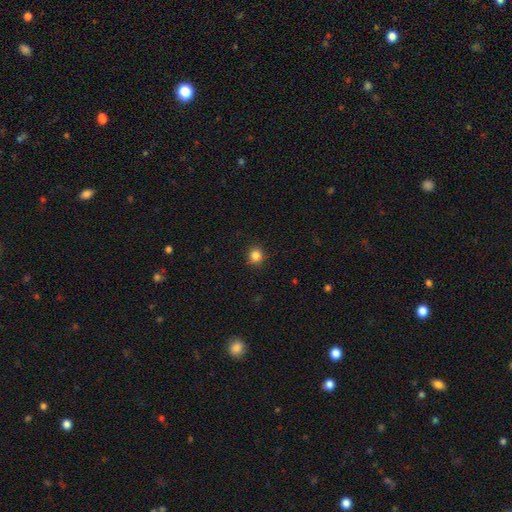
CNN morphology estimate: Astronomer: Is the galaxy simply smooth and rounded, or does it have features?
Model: smooth — 84%.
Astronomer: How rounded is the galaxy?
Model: round — 85%.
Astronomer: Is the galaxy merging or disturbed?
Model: none — 87%.